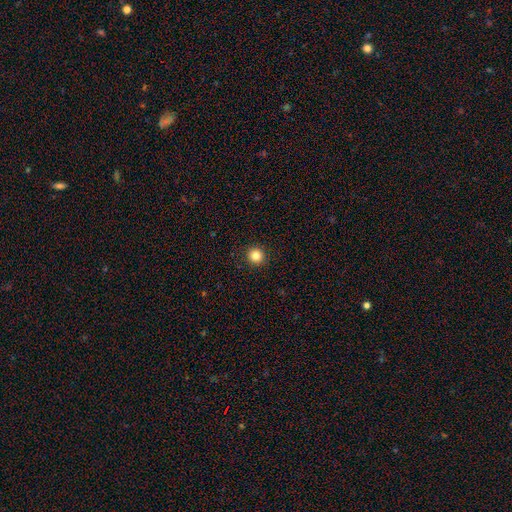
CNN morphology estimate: This appears to be a smooth galaxy with no disk features (84%) that is round (94%). Merging: none (93%).